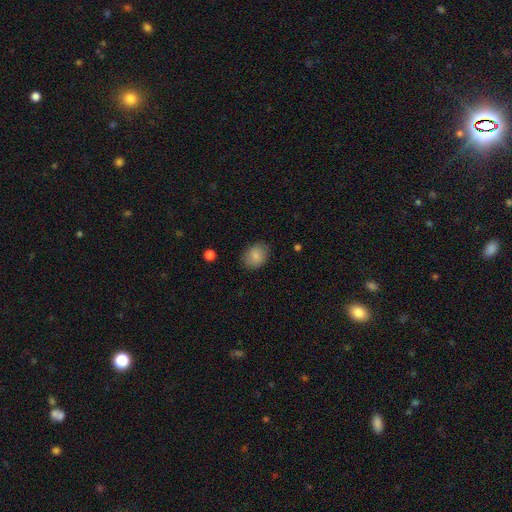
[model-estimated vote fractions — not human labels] Smooth or featured: smooth — 84% (featured or disk — 8%)
How rounded: in between — 61% (round — 38%)
Merging: none — 83% (minor disturbance — 12%)